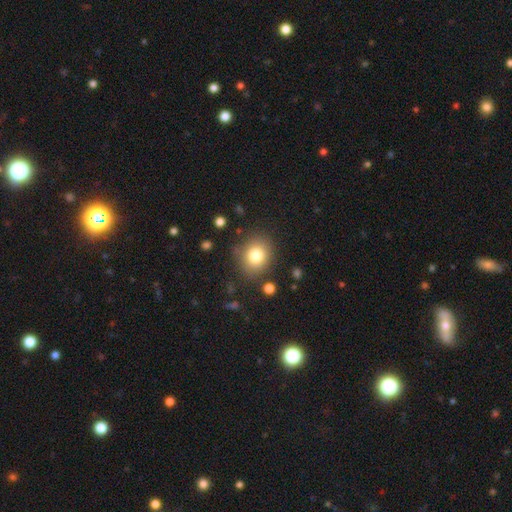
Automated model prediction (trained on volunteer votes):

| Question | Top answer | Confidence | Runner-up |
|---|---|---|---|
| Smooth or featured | smooth | 80% | star or artifact (11%) |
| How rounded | round | 71% | in between (28%) |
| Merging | none | 82% | minor disturbance (11%) |